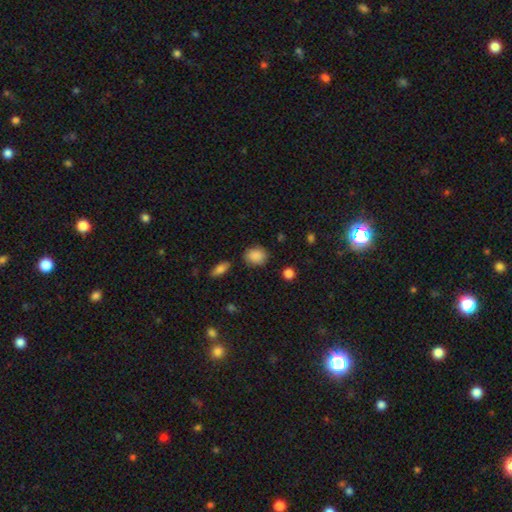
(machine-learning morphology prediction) Smooth or featured? smooth (87%)
How rounded? in between (52%)
Merging? none (77%)